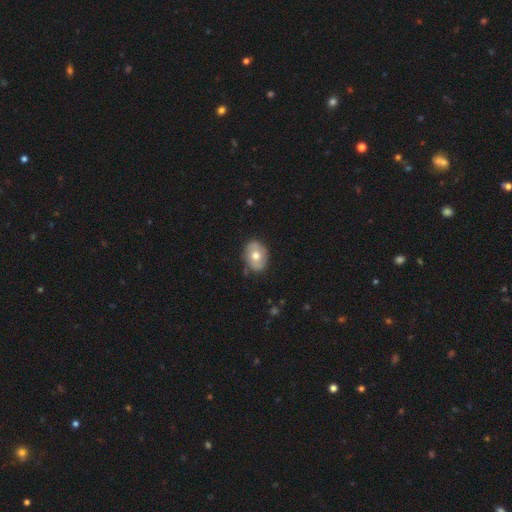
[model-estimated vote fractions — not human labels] Smooth or featured?
  - smooth: 59% *
  - featured or disk: 33%
  - star or artifact: 7%
How rounded?
  - in between: 64% *
  - round: 35%
  - cigar-shaped: 1%
Merging?
  - none: 75% *
  - minor disturbance: 19%
  - major disturbance: 4%
  - merger: 2%